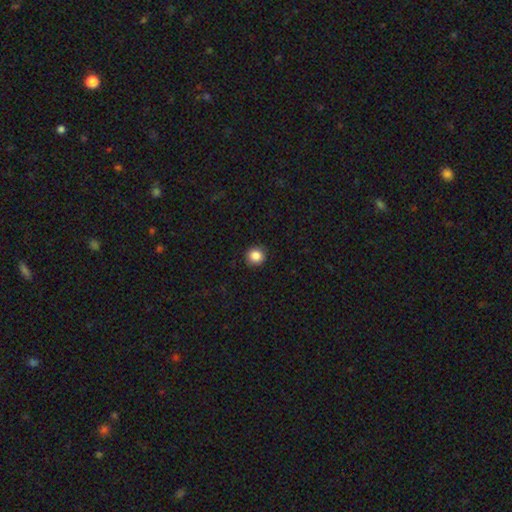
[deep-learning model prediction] The model was most divided on "smooth or featured": smooth: 86%, star or artifact: 10%, featured or disk: 4%. More confident: how rounded — round (94%); merging — none (92%).